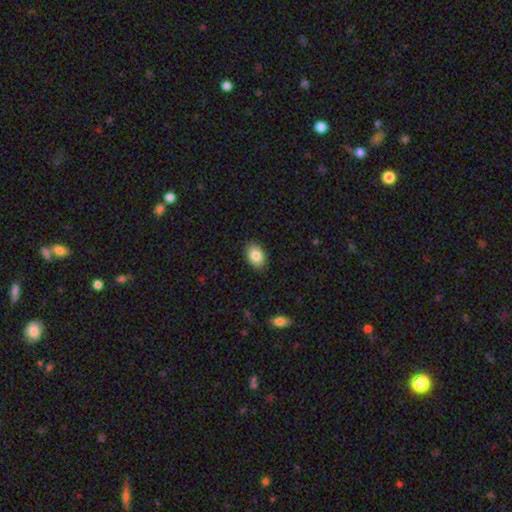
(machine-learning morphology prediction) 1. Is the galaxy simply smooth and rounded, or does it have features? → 85% smooth, 8% featured or disk, 7% star or artifact.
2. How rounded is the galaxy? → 85% in between, 14% round, 1% cigar-shaped.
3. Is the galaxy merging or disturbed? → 88% none, 9% minor disturbance, 2% major disturbance, 1% merger.